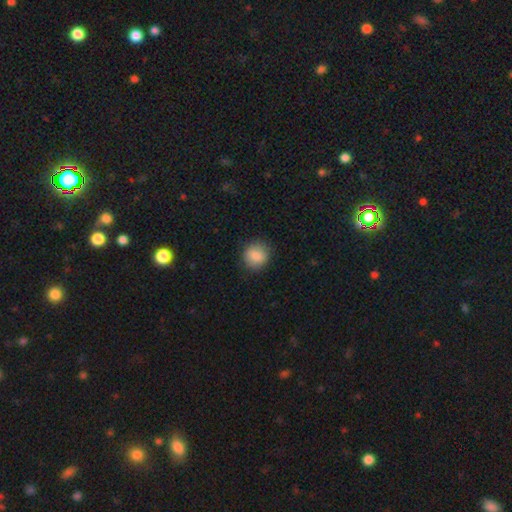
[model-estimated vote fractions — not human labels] Smooth or featured: smooth — 85% (star or artifact — 8%)
How rounded: round — 88% (in between — 11%)
Merging: none — 86% (minor disturbance — 10%)